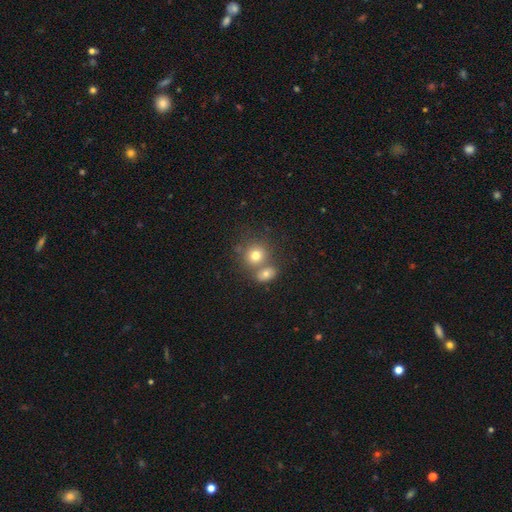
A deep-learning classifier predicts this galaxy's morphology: This appears to be a smooth galaxy with no disk features (75%) that is round (80%). Merging: none (48%).